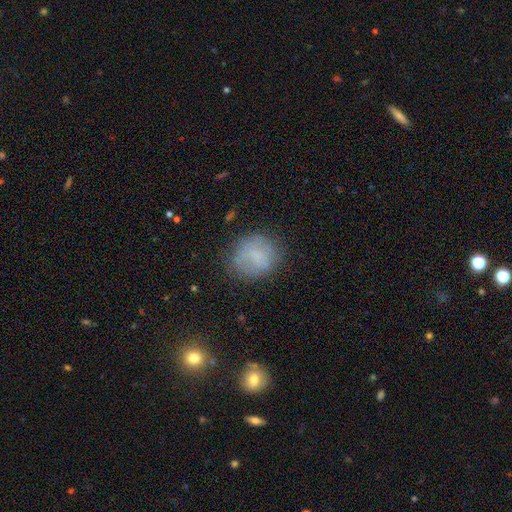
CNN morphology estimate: Smooth or featured?
  - smooth: 69% *
  - featured or disk: 21%
  - star or artifact: 10%
How rounded?
  - round: 80% *
  - in between: 19%
  - cigar-shaped: 1%
Merging?
  - none: 71% *
  - minor disturbance: 20%
  - major disturbance: 8%
  - merger: 2%